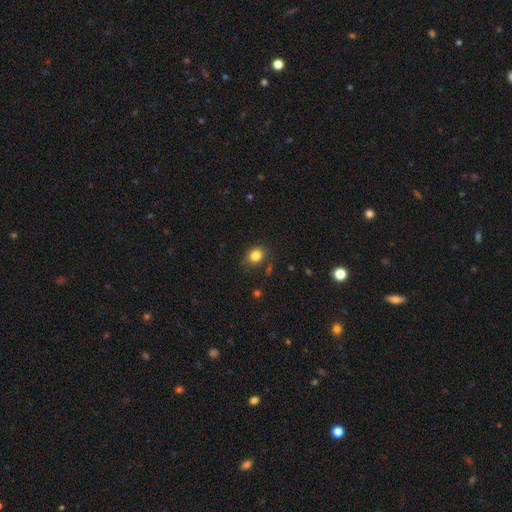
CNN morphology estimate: Smooth or featured: smooth — 83% (star or artifact — 11%)
How rounded: round — 55% (in between — 44%)
Merging: none — 79% (minor disturbance — 14%)